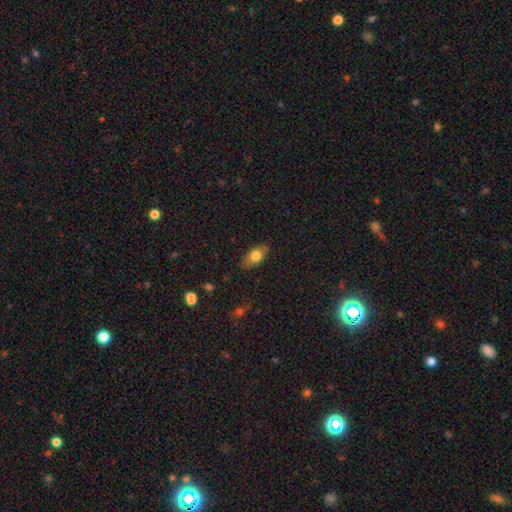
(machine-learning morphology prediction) This appears to be a smooth galaxy with no disk features (72%) that is in between round and cigar-shaped (88%). Merging: none (83%).